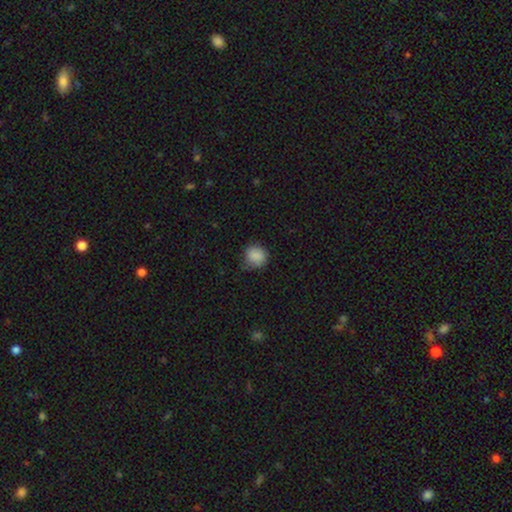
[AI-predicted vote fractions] A smooth galaxy with no disk features (87%) that is round (84%).

Vote fractions:
- Smooth or featured? smooth: 87% / star or artifact: 8% / featured or disk: 4%
- How rounded? round: 84% / in between: 15% / cigar-shaped: 1%
- Merging? none: 73% / minor disturbance: 21% / major disturbance: 5% / merger: 1%